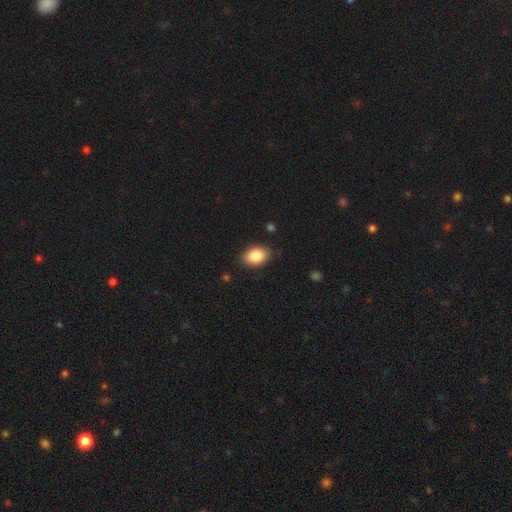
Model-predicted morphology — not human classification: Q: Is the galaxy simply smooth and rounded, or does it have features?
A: smooth — 87%.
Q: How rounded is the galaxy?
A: in between — 87%.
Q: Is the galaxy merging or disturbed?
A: none — 84%.